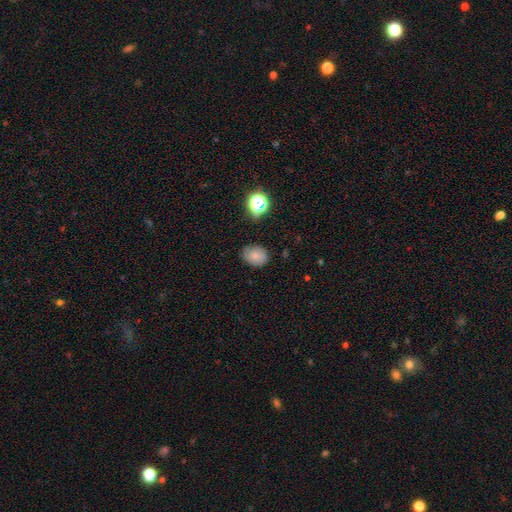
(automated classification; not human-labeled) Smooth or featured: smooth — 75% (star or artifact — 13%)
How rounded: in between — 54% (round — 45%)
Merging: none — 77% (minor disturbance — 17%)